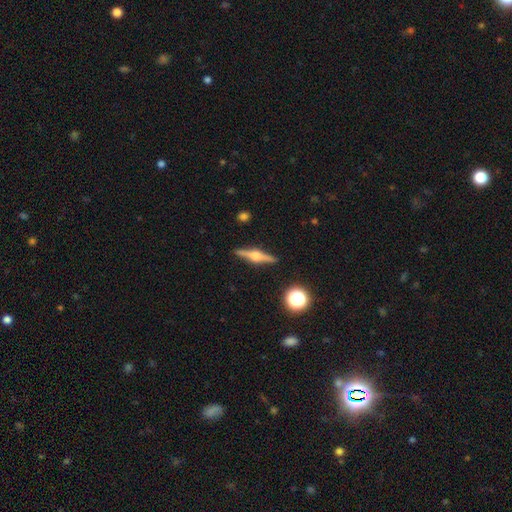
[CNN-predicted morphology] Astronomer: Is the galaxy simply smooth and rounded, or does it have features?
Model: featured or disk — 77%.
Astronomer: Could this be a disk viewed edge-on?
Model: yes — 98%.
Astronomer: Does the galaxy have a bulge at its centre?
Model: rounded — 90%.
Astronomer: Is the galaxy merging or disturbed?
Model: none — 91%.